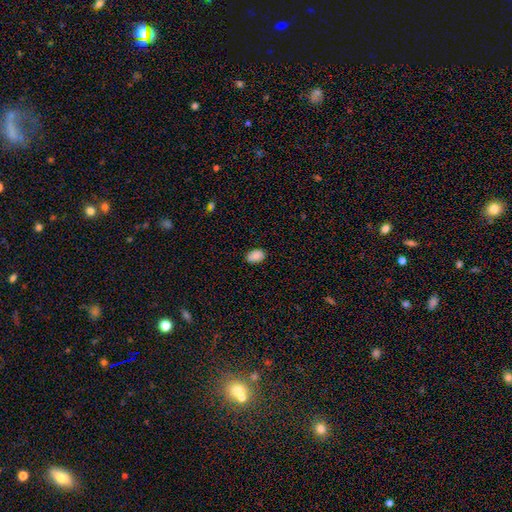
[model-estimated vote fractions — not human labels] Smooth or featured: smooth — 88% (star or artifact — 8%)
How rounded: in between — 86% (round — 13%)
Merging: none — 83% (minor disturbance — 13%)